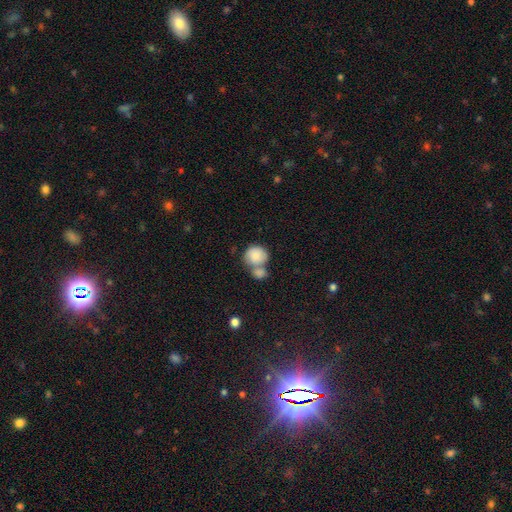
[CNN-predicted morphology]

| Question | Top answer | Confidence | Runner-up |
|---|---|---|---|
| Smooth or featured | smooth | 81% | featured or disk (12%) |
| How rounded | round | 81% | in between (18%) |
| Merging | merger | 57% | none (29%) |